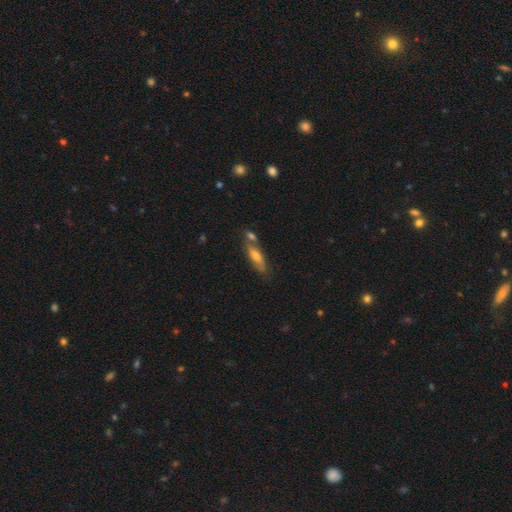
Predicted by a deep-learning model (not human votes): Smooth or featured: smooth — 55% (featured or disk — 36%)
How rounded: cigar-shaped — 52% (in between — 45%)
Merging: none — 58% (merger — 20%)